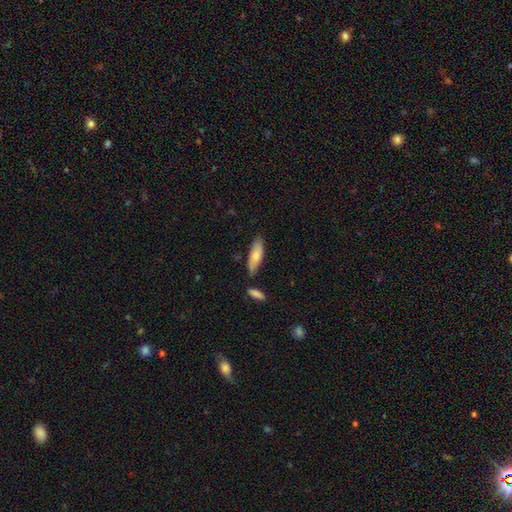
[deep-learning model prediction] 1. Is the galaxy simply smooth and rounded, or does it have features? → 76% smooth, 19% featured or disk, 6% star or artifact.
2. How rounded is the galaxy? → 51% in between, 47% cigar-shaped, 2% round.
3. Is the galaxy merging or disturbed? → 73% none, 17% minor disturbance, 7% merger, 3% major disturbance.